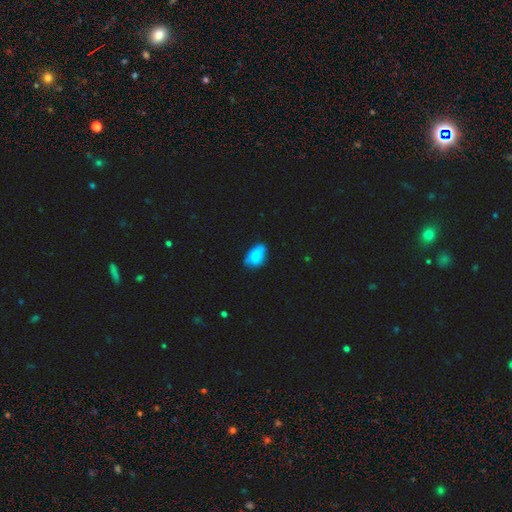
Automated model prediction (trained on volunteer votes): This appears to be a smooth galaxy with no disk features (77%) that is in between round and cigar-shaped (89%). Merging: none (47%).